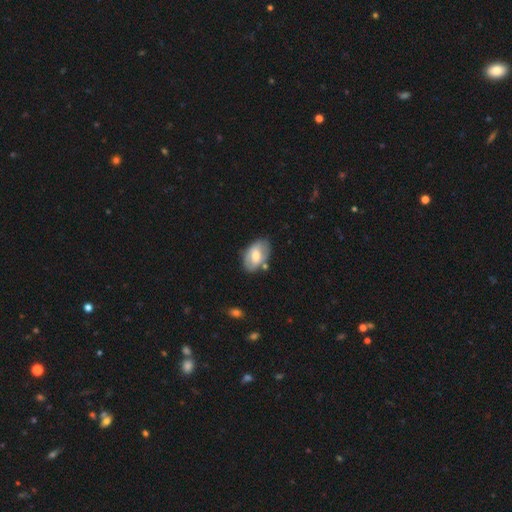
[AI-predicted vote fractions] Smooth or featured? Predicted: smooth (p=0.56). How rounded? Predicted: in between (p=0.89). Merging? Predicted: none (p=0.70).